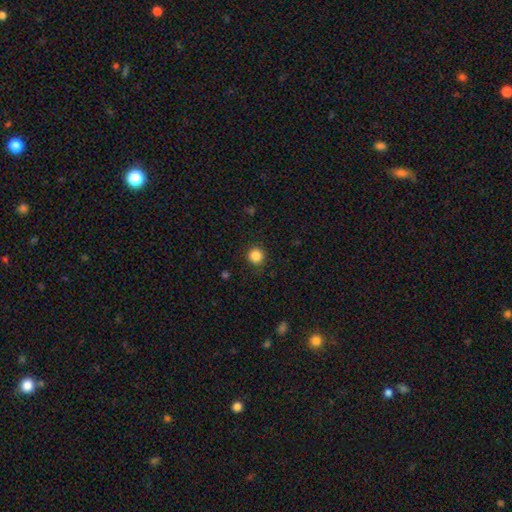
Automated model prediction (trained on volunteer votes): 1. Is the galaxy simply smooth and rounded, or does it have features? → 86% smooth, 11% star or artifact, 3% featured or disk.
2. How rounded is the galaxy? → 94% round, 5% in between, 1% cigar-shaped.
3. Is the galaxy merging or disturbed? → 89% none, 8% minor disturbance, 3% major disturbance, 1% merger.